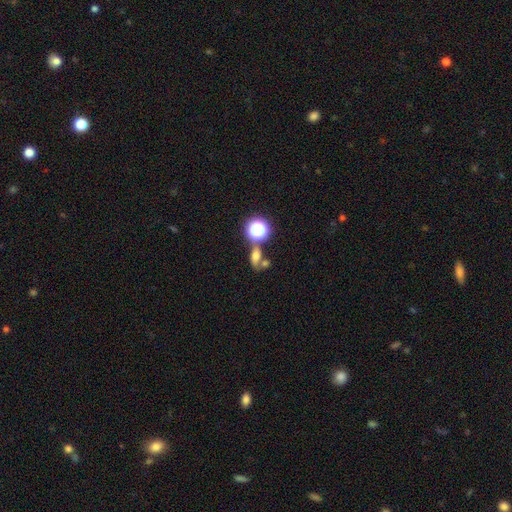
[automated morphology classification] Overall: smooth (60%; star or artifact 24%). How rounded: in between (64%; round 29%). Merging: none (44%; merger 33%).